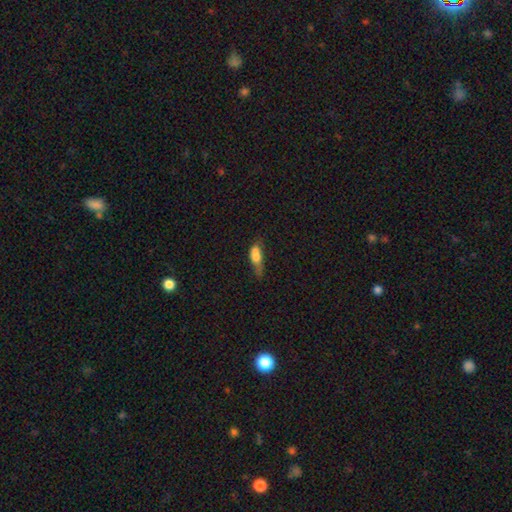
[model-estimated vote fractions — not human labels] Overall: smooth (68%). How rounded: in between (66%; cigar-shaped 29%). Merging: minor disturbance (32%; none 29%).